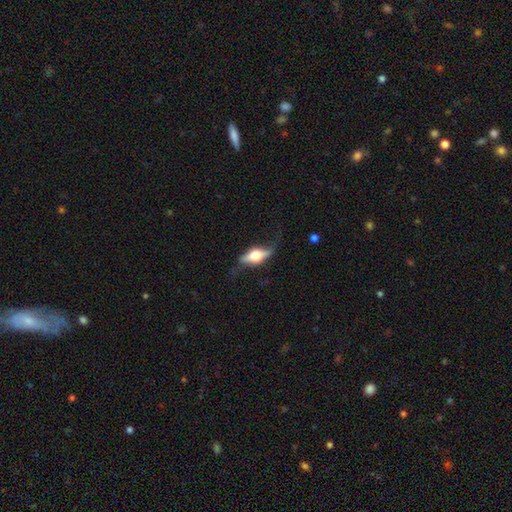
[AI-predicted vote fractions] Overall: featured or disk (61%; smooth 33%). Edge-on disk: yes (83%). Edge-on bulge: rounded (92%). Merging: none (64%).